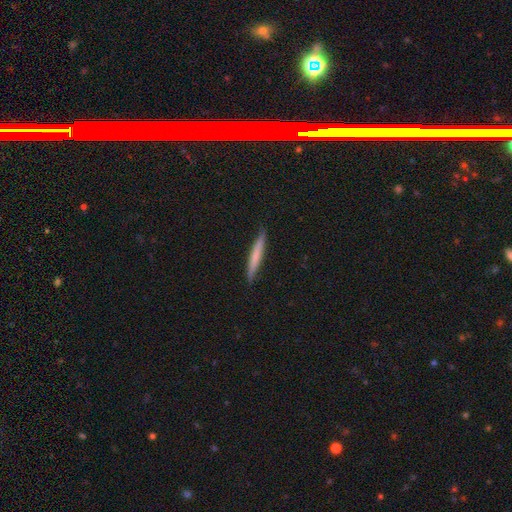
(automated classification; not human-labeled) smooth 61%, featured or disk 34%, star or artifact 6%. Down the decision tree: how rounded — cigar-shaped (95%); merging — none (89%).